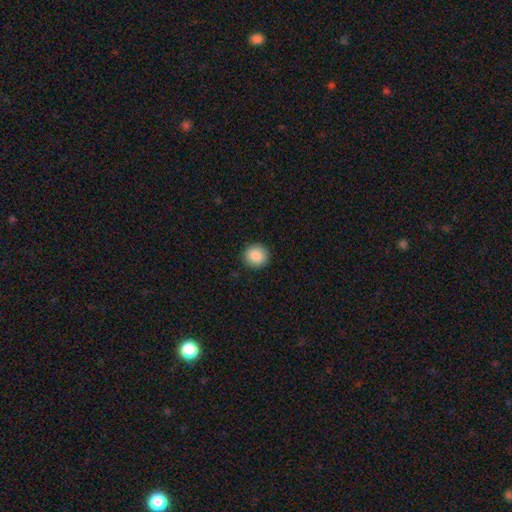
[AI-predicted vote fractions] Q: Smooth or featured?
A: smooth (88%); runner-up: star or artifact (8%)
Q: How rounded?
A: round (90%); runner-up: in between (9%)
Q: Merging?
A: none (91%); runner-up: minor disturbance (6%)